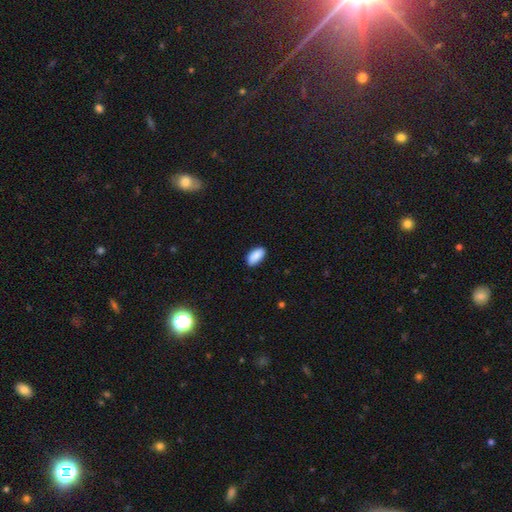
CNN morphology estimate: The model was most divided on "merging": none: 87%, minor disturbance: 10%, major disturbance: 2%, merger: 1%. More confident: how rounded — in between (94%); smooth or featured — smooth (90%).